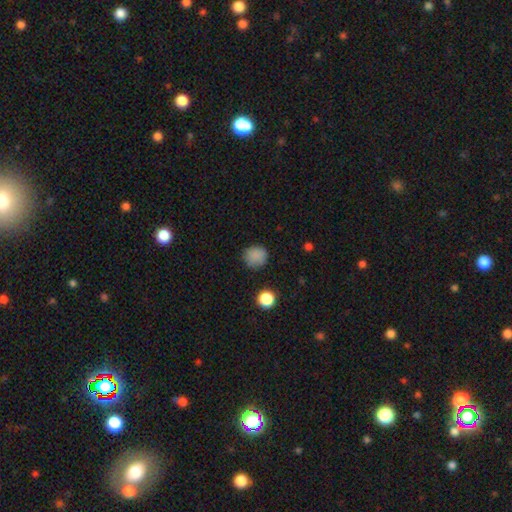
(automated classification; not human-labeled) A smooth galaxy with no disk features (84%) that is round (90%). Merging: none (81%).